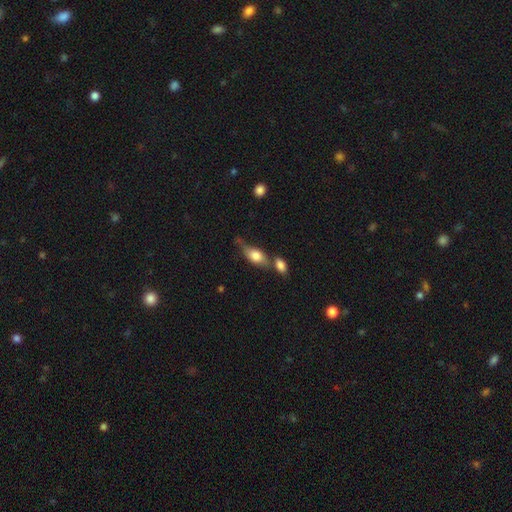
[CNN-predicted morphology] This is likely a smooth galaxy (73%). How rounded: clearly in between (82%). Merging: marginally merger (38%).